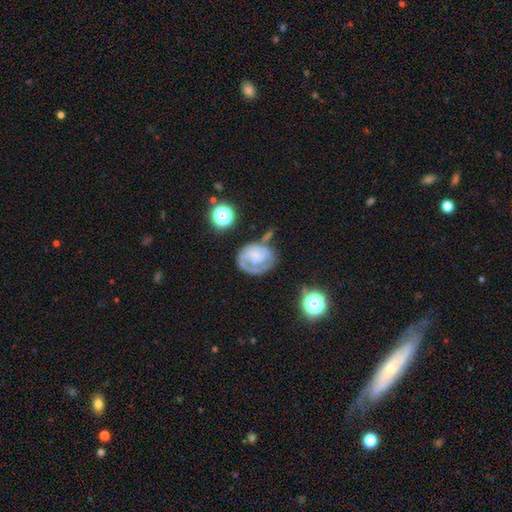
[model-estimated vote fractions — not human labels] Smooth or featured? Predicted: featured or disk (p=0.63). Edge-on disk? Predicted: no (p=0.98). Bar? Predicted: no (p=0.69). Spiral arms? Predicted: yes (p=0.74). Bulge size? Predicted: none (p=0.37, tied with small). Merging? Predicted: none (p=0.42).